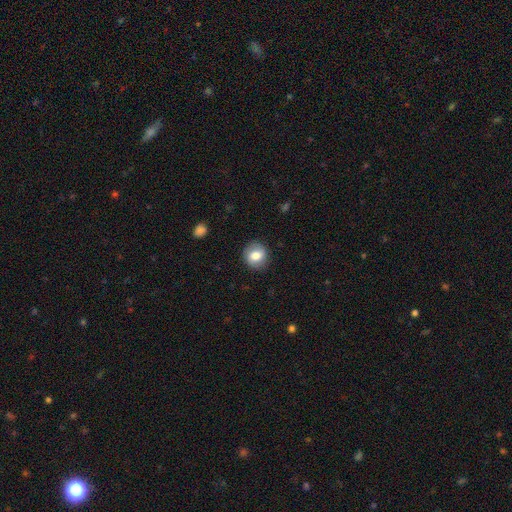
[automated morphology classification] This appears to be a smooth galaxy with no disk features (76%) that is round (75%). Merging: none (85%).